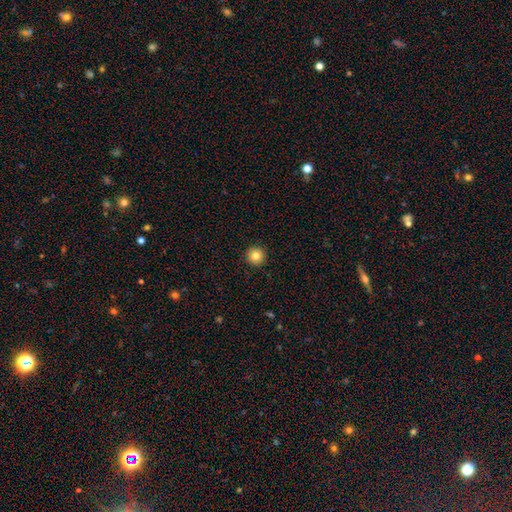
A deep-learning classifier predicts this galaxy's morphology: Q: Smooth or featured?
A: smooth (83%); runner-up: star or artifact (11%)
Q: How rounded?
A: round (96%); runner-up: in between (3%)
Q: Merging?
A: none (93%); runner-up: minor disturbance (4%)